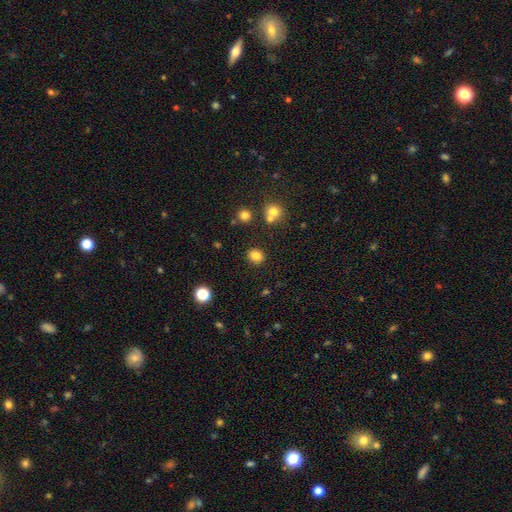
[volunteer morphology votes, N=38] Smooth or featured: smooth — 97% (star or artifact — 3%)
How rounded: round — 57% (in between — 43%)
Merging: none — 92% (minor disturbance — 5%)